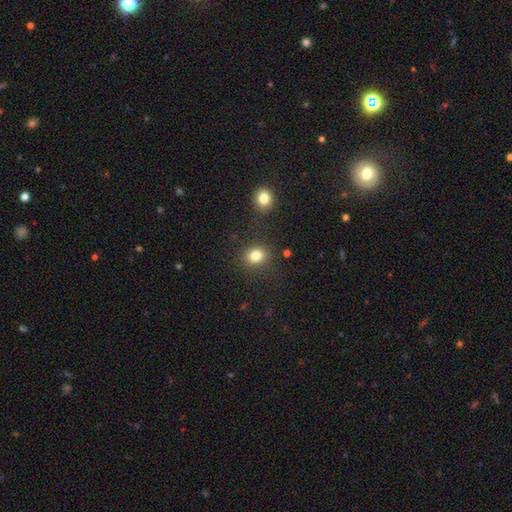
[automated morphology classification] This is clearly a smooth galaxy (81%). How rounded: likely round (69%). Merging: clearly none (84%).